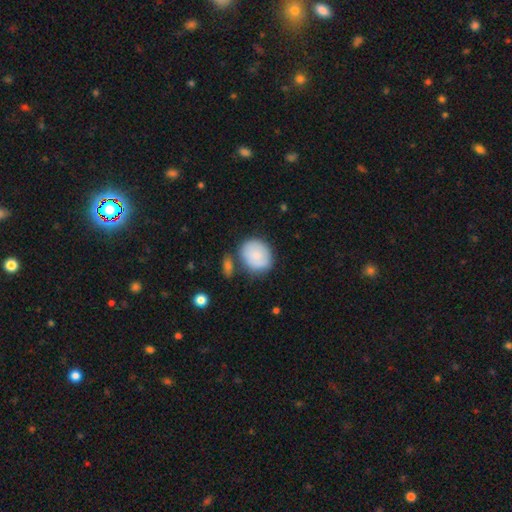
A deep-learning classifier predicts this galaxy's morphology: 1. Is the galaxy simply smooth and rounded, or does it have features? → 80% smooth, 14% featured or disk, 6% star or artifact.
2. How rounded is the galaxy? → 65% round, 34% in between, 1% cigar-shaped.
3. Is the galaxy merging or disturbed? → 65% none, 19% minor disturbance, 11% merger, 5% major disturbance.